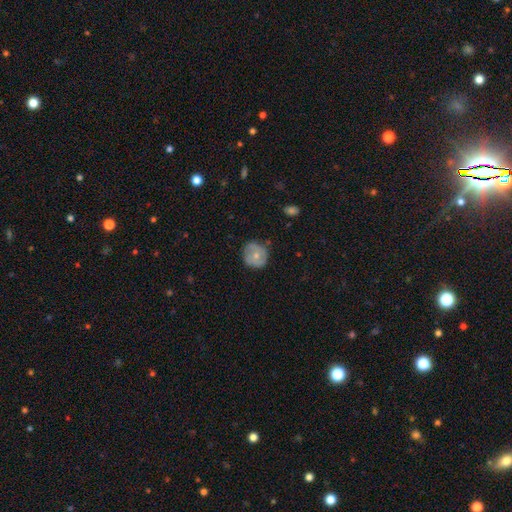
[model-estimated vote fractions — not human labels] smooth 53%, featured or disk 40%, star or artifact 7%. Down the decision tree: how rounded — round (88%); merging — none (69%).